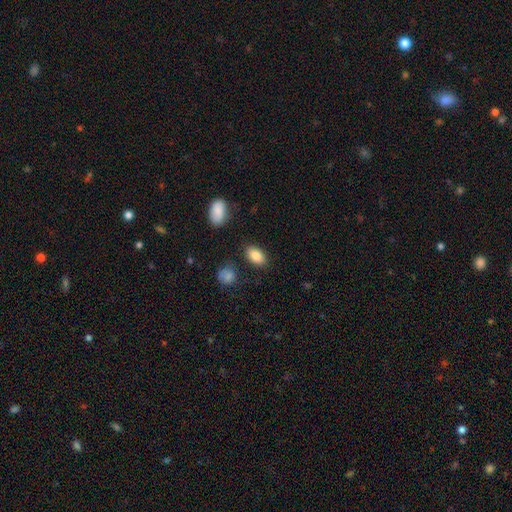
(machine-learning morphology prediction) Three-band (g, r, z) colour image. It shows a smooth galaxy with no disk features (85%) that is in between round and cigar-shaped (90%). Merging: none (85%).